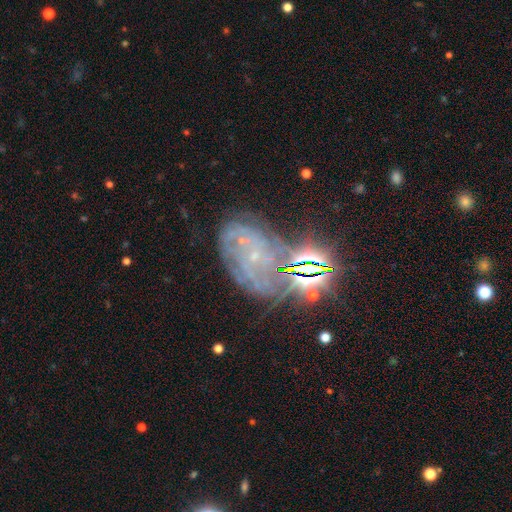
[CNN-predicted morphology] Smooth or featured?
  - featured or disk: 63% *
  - star or artifact: 26%
  - smooth: 11%
Edge-on disk?
  - no: 96% *
  - yes: 4%
Bar?
  - no: 73% *
  - weak: 20%
  - strong: 7%
Spiral arms?
  - yes: 88% *
  - no: 12%
Spiral winding?
  - tight: 66% *
  - medium: 26%
  - loose: 8%
Spiral arm count?
  - can't tell: 42% *
  - 3: 15%
  - 4: 13%
  - 2: 13%
  - more than 4: 10%
  - 1: 7%
Bulge size?
  - small: 86% *
  - moderate: 8%
  - none: 4%
  - large: 1%
  - dominant: 1%
Merging?
  - none: 59% *
  - minor disturbance: 19%
  - major disturbance: 13%
  - merger: 9%